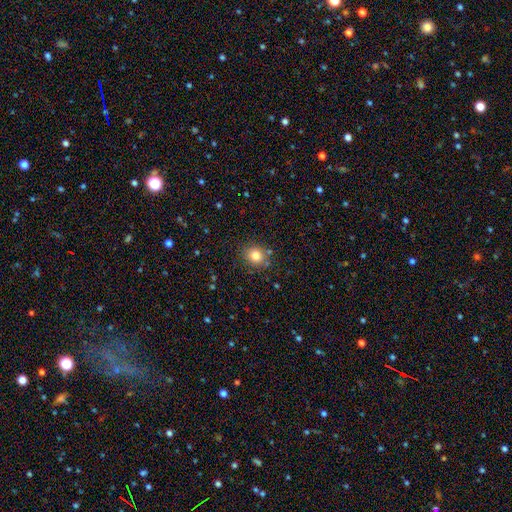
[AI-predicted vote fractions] A smooth galaxy with no disk features (81%) that is round (79%). Merging: none (83%).